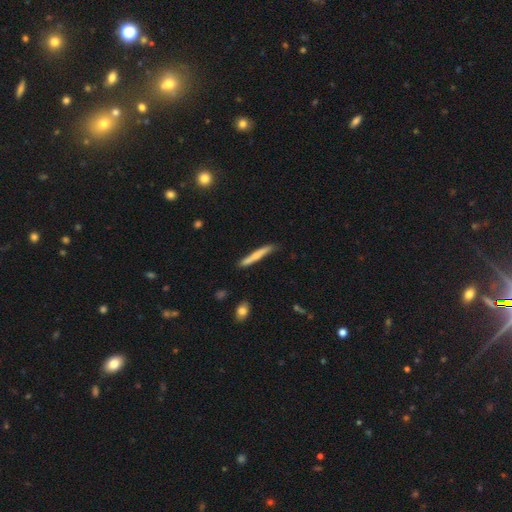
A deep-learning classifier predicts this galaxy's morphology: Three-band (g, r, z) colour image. It shows a smooth galaxy with no disk features (65%) that is cigar-shaped (95%). Merging: none (78%).